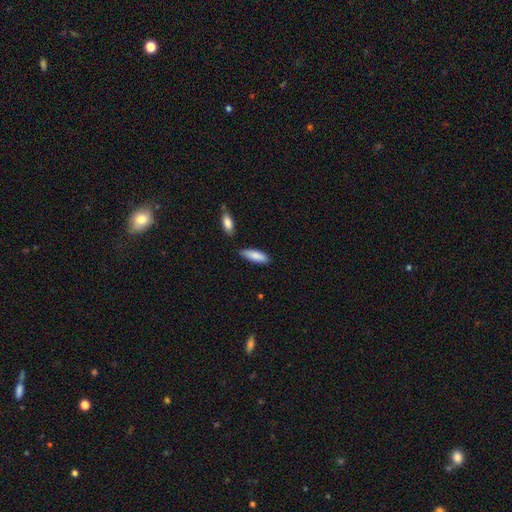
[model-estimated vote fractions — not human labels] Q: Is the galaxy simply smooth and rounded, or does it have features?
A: smooth — 84%.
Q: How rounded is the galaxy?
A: in between — 53%.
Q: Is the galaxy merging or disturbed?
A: none — 76%.